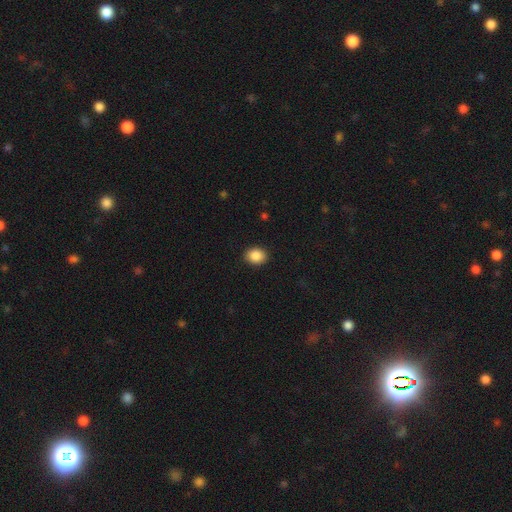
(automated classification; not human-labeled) Smooth or featured: smooth — 88% (star or artifact — 8%)
How rounded: round — 52% (in between — 47%)
Merging: none — 91% (minor disturbance — 6%)